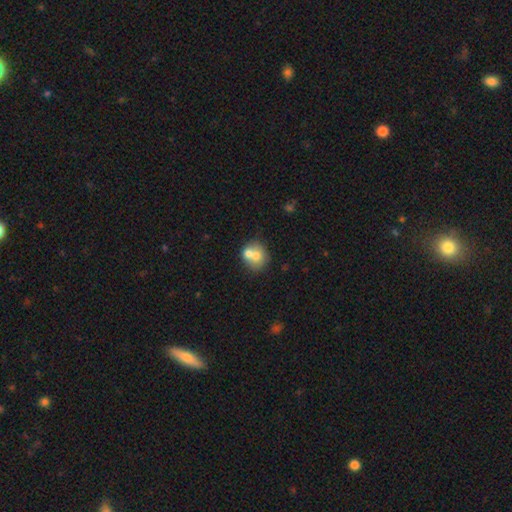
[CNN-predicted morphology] Smooth or featured? Predicted: smooth (p=0.67). How rounded? Predicted: round (p=0.75). Merging? Predicted: merger (p=0.51).